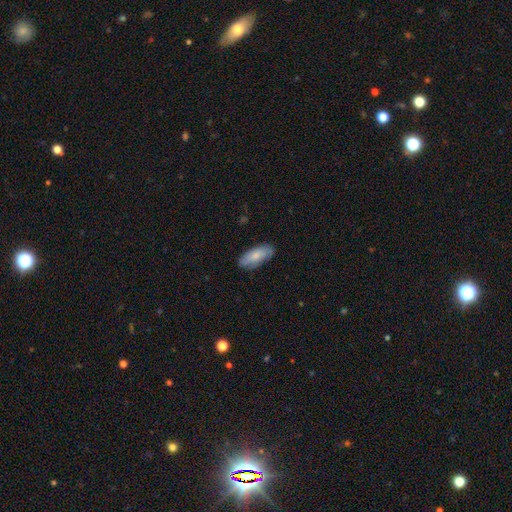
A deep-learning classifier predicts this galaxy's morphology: Smooth or featured? smooth (78%)
How rounded? in between (82%)
Merging? none (83%)